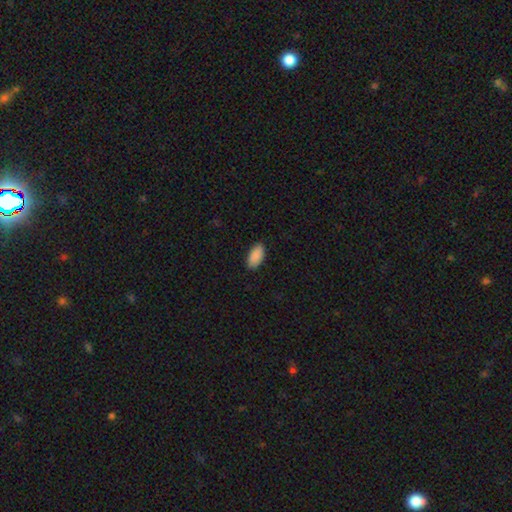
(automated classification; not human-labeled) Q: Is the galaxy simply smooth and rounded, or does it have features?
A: smooth — 91%.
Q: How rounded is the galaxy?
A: in between — 94%.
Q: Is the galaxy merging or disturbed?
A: none — 88%.